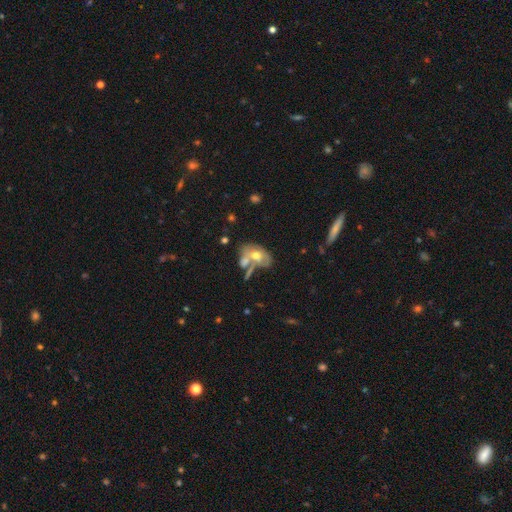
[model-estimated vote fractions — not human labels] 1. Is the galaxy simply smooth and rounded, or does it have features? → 51% smooth, 41% featured or disk, 9% star or artifact.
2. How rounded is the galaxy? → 86% in between, 12% round, 2% cigar-shaped.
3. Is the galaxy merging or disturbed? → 42% merger, 32% none, 15% minor disturbance, 10% major disturbance.